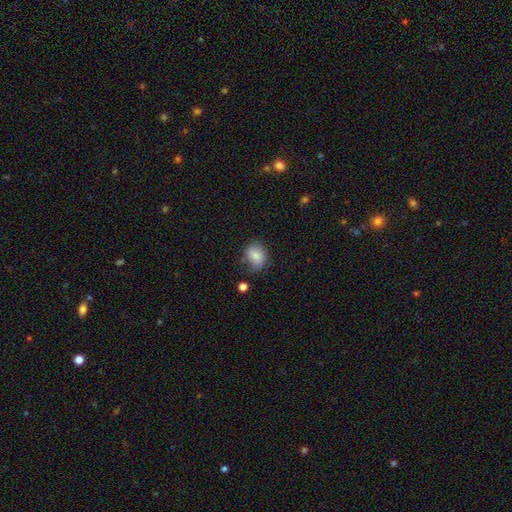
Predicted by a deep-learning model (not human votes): A smooth galaxy with no disk features (79%) that is in between round and cigar-shaped (52%). Merging: none (57%).